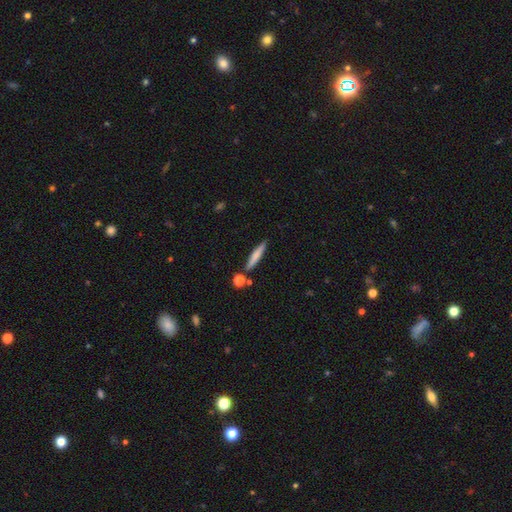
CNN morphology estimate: Smooth or featured? smooth (69%)
How rounded? cigar-shaped (92%)
Merging? none (82%)